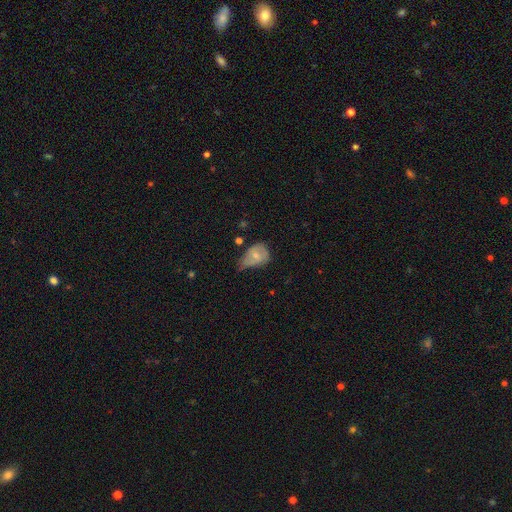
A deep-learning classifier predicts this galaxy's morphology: This is likely a smooth galaxy (64%). How rounded: likely in between (67%). Merging: possibly minor disturbance (47%).